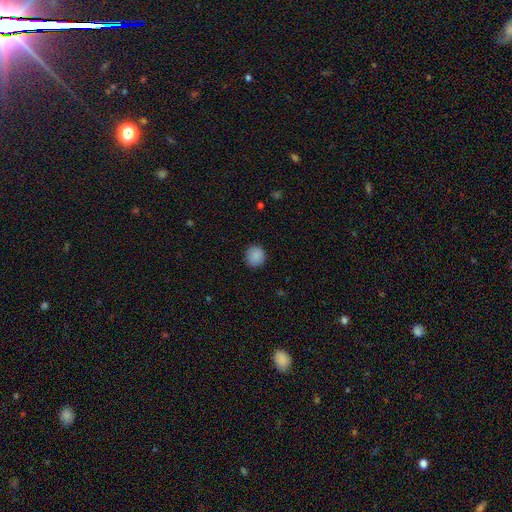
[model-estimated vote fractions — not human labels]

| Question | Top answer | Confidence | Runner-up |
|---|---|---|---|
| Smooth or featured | smooth | 89% | star or artifact (8%) |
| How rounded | round | 88% | in between (11%) |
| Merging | none | 90% | minor disturbance (7%) |